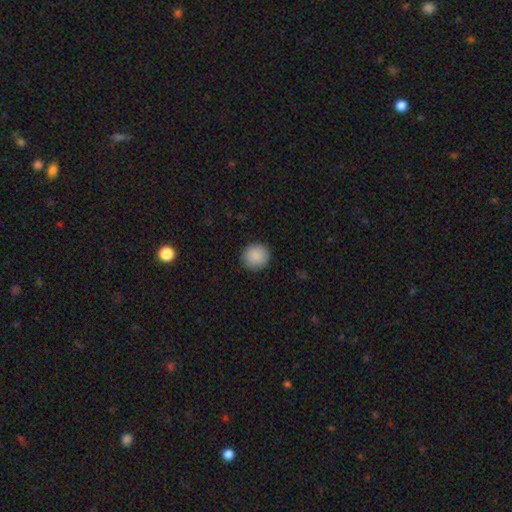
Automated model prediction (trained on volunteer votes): Morphology: type=smooth (89%); roundness=round (93%); merging=none (91%).